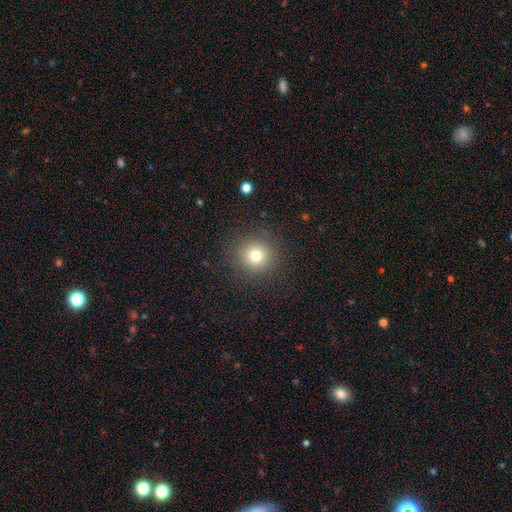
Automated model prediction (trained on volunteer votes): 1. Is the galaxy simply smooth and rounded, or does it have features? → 75% smooth, 15% star or artifact, 9% featured or disk.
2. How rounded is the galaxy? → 95% round, 4% in between, 1% cigar-shaped.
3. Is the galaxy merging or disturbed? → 89% none, 7% minor disturbance, 3% major disturbance, 1% merger.